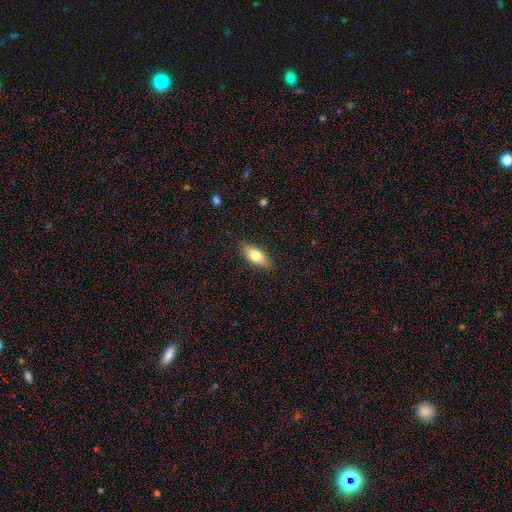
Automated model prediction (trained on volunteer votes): This is likely a smooth galaxy (68%). How rounded: likely in between (72%). Merging: clearly none (86%).